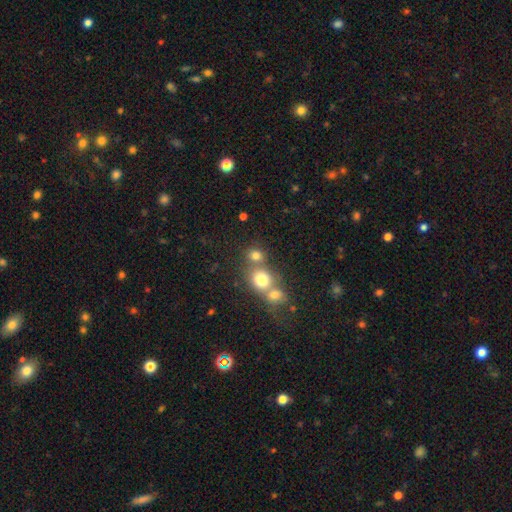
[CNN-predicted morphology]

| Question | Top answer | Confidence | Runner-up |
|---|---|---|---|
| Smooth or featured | smooth | 75% | star or artifact (15%) |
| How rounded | round | 79% | in between (20%) |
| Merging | none | 48% | merger (41%) |